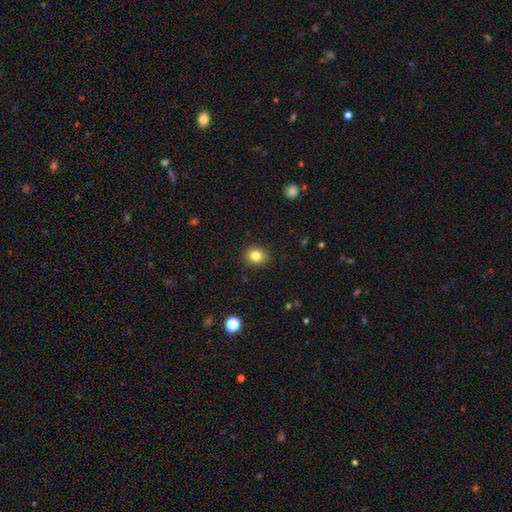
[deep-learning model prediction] A smooth galaxy with no disk features (83%) that is round (72%). Merging: none (89%).